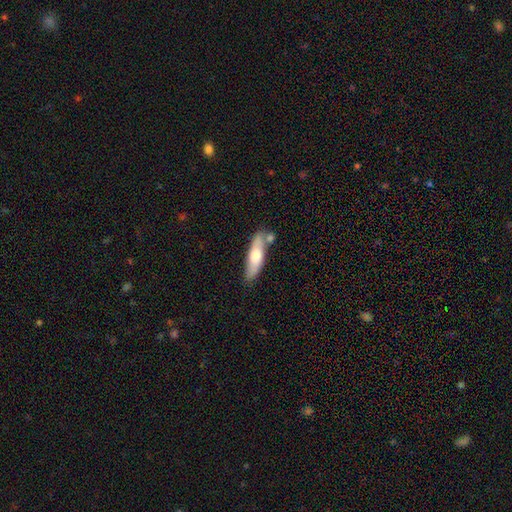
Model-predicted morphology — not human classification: type=smooth (61%); roundness=cigar-shaped (63%); merging=none (66%).